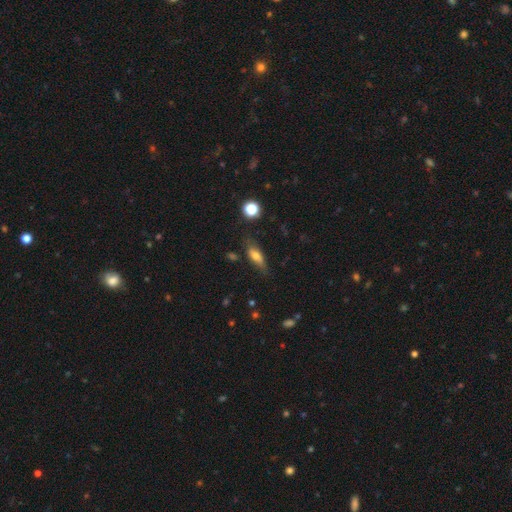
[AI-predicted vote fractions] Morphology: type=smooth (64%); roundness=in between (60%); merging=none (66%).